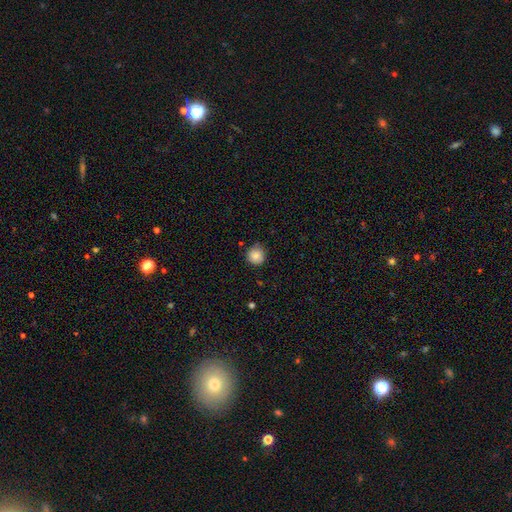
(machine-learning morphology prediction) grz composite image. It shows a smooth galaxy with no disk features (86%) that is round (92%). Merging: none (79%).